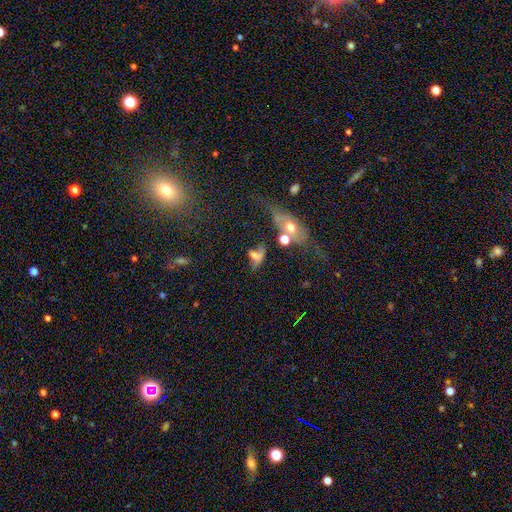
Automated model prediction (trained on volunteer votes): Overall: smooth (51%; featured or disk 30%). How rounded: in between (67%). Merging: none (32%; merger 28%).